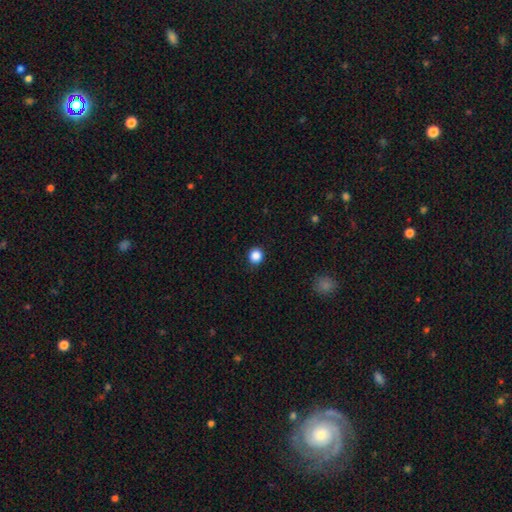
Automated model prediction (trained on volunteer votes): Smooth or featured? smooth (86%)
How rounded? round (92%)
Merging? none (91%)